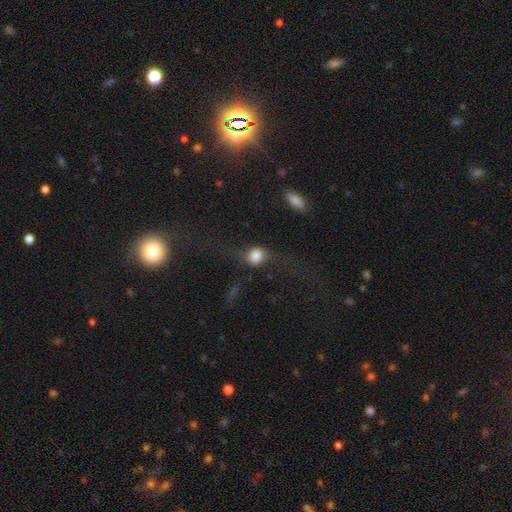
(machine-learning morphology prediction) Q: Smooth or featured?
A: smooth (61%); runner-up: featured or disk (27%)
Q: How rounded?
A: round (69%); runner-up: in between (27%)
Q: Merging?
A: none (55%); runner-up: major disturbance (21%)